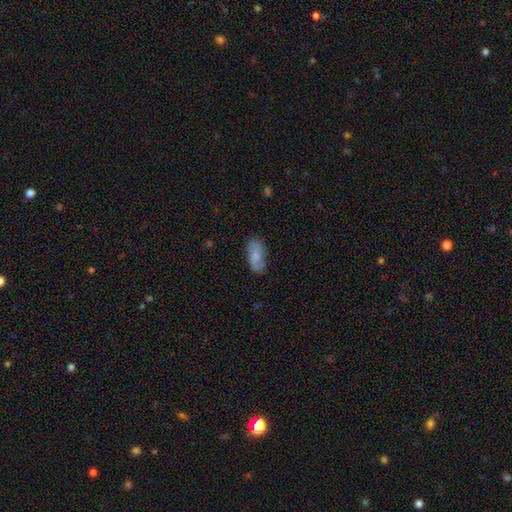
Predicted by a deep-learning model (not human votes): The model was most divided on "smooth or featured": smooth: 69%, featured or disk: 23%, star or artifact: 7%. More confident: how rounded — in between (88%); merging — none (73%).